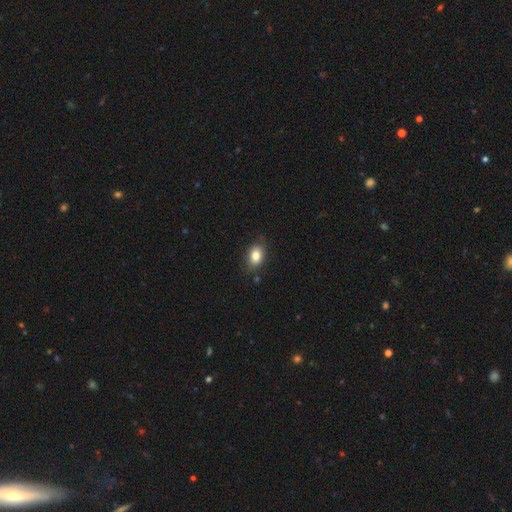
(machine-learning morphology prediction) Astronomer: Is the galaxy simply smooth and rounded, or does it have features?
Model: smooth — 83%.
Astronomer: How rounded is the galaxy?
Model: in between — 75%.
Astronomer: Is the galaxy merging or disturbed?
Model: none — 81%.